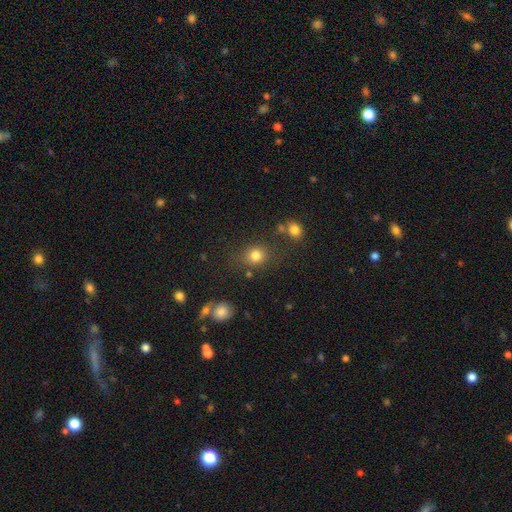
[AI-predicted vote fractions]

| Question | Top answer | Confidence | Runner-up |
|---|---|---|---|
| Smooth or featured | smooth | 80% | star or artifact (14%) |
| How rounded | round | 73% | in between (26%) |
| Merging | none | 74% | minor disturbance (13%) |